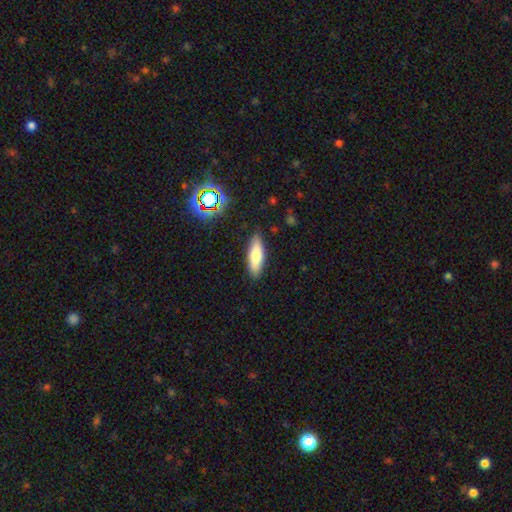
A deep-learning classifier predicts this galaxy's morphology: Overall: smooth (73%). How rounded: in between (50%; cigar-shaped 48%). Merging: none (87%).